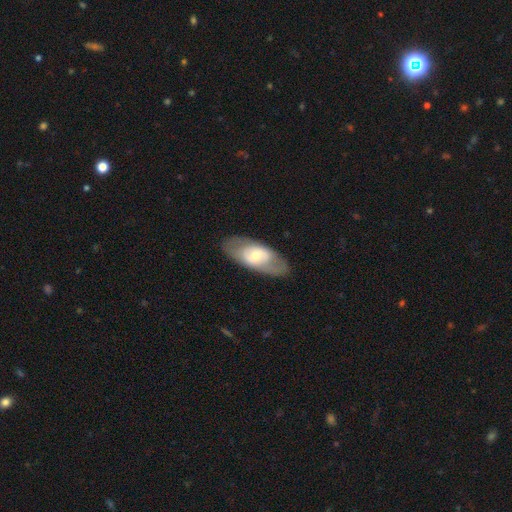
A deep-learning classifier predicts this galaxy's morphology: Smooth or featured: featured or disk — 51% (smooth — 43%)
Edge-on disk: no — 84% (yes — 16%)
Merging: none — 81% (minor disturbance — 13%)